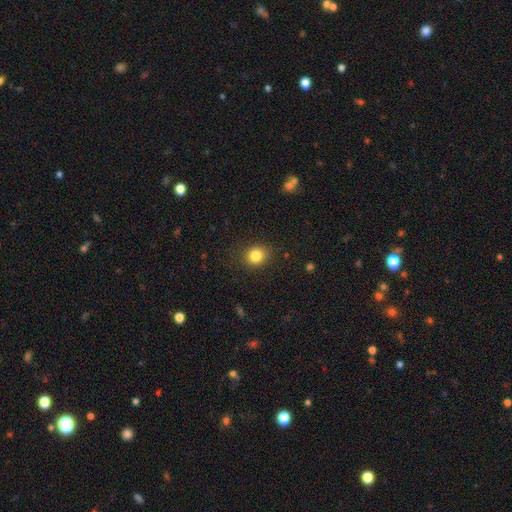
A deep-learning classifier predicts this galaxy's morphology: Smooth or featured? Predicted: smooth (p=0.84). How rounded? Predicted: round (p=0.78). Merging? Predicted: none (p=0.86).